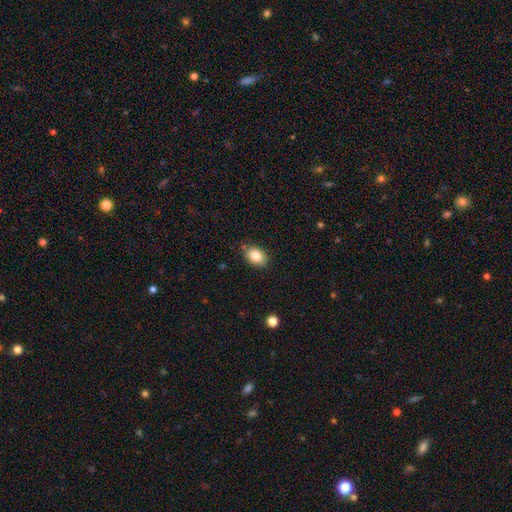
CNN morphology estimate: Overall: smooth (85%). How rounded: in between (77%). Merging: none (82%).